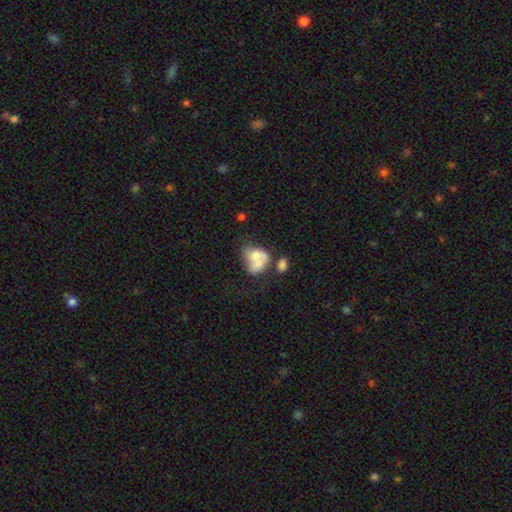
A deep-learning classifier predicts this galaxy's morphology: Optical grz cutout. It shows a smooth galaxy with no disk features (60%) that is in between round and cigar-shaped (64%). Merging: merger (53%).